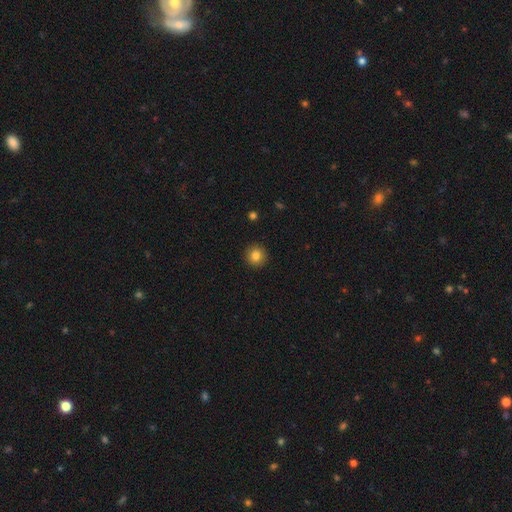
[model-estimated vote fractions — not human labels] A smooth galaxy with no disk features (83%) that is round (94%).

Vote fractions:
- Smooth or featured? smooth: 83% / star or artifact: 11% / featured or disk: 6%
- How rounded? round: 94% / in between: 5% / cigar-shaped: 1%
- Merging? none: 92% / minor disturbance: 5% / major disturbance: 2% / merger: 1%